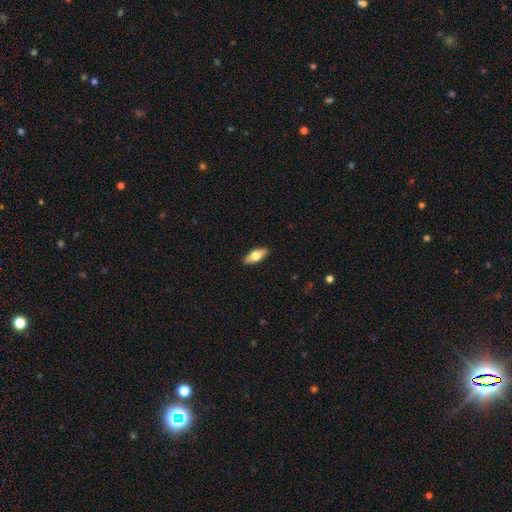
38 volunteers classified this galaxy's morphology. A smooth galaxy with no disk features (66%) that is in between round and cigar-shaped (88%). Merging: none (86%).